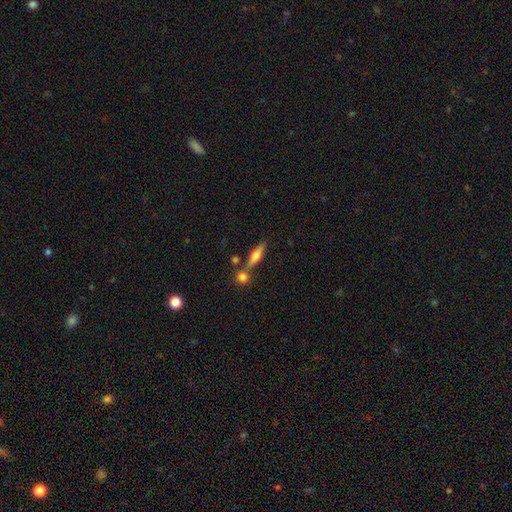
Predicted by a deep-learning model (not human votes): This appears to be a smooth galaxy with no disk features (52%) that is cigar-shaped (64%). Merging: none (65%).